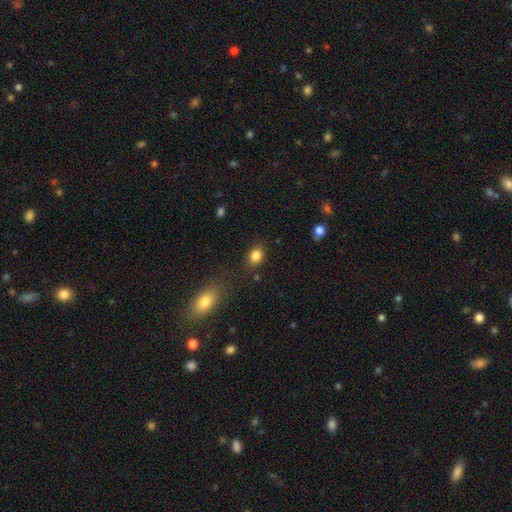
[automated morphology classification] type=smooth (85%); roundness=in between (52%); merging=none (82%).